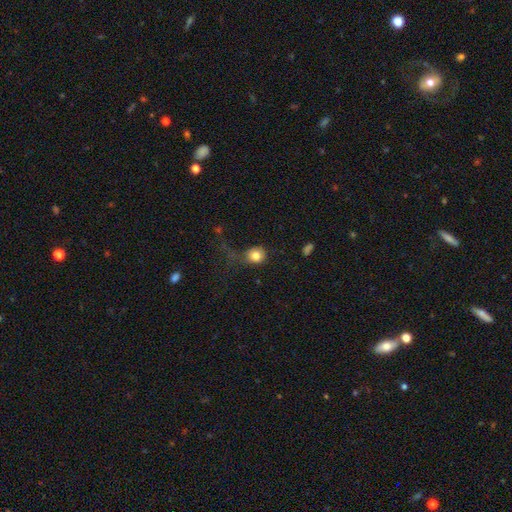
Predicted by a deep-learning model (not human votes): A smooth galaxy with no disk features (82%) that is round (80%). Merging: none (44%).